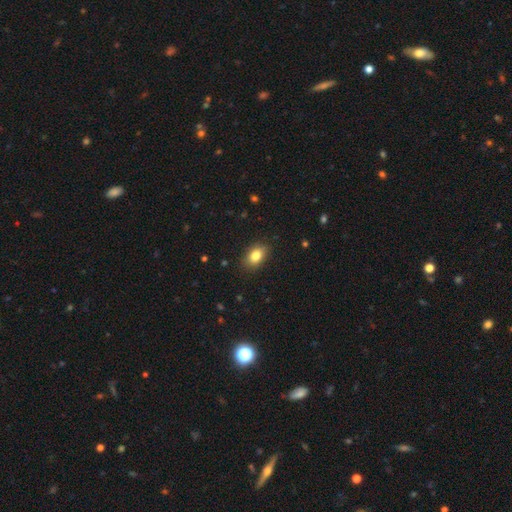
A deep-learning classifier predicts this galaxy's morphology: Smooth or featured? Predicted: smooth (p=0.82). How rounded? Predicted: in between (p=0.82). Merging? Predicted: none (p=0.87).